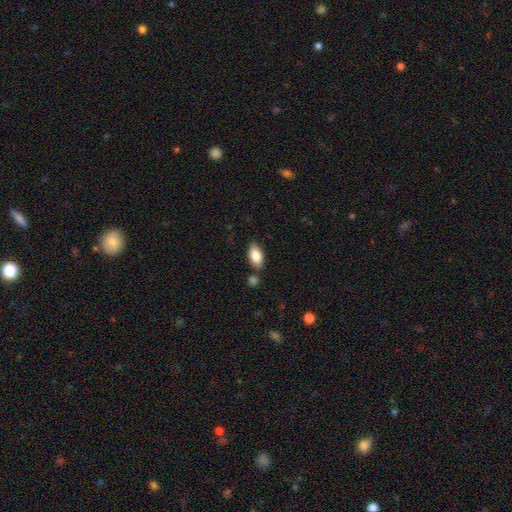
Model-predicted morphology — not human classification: This appears to be a smooth galaxy with no disk features (84%) that is in between round and cigar-shaped (92%). Merging: none (74%).